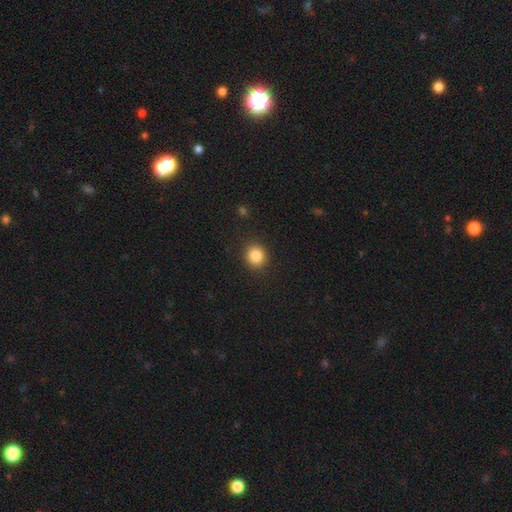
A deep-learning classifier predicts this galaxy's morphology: A smooth galaxy with no disk features (85%) that is round (85%).

Vote fractions:
- Smooth or featured? smooth: 85% / star or artifact: 10% / featured or disk: 5%
- How rounded? round: 85% / in between: 14% / cigar-shaped: 1%
- Merging? none: 90% / minor disturbance: 6% / major disturbance: 2% / merger: 1%